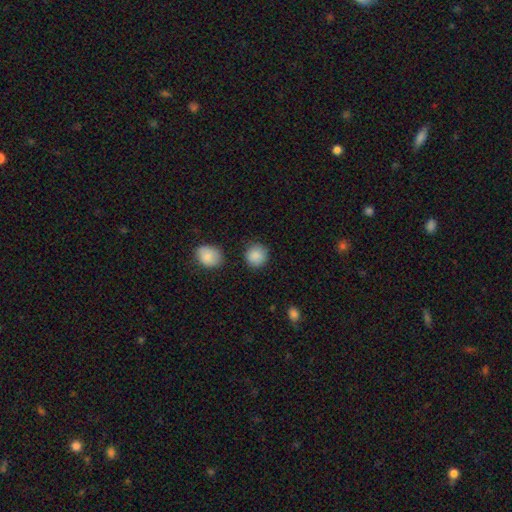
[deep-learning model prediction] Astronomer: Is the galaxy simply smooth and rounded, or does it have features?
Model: smooth — 88%.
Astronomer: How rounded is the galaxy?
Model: round — 90%.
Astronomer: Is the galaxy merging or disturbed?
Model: none — 84%.